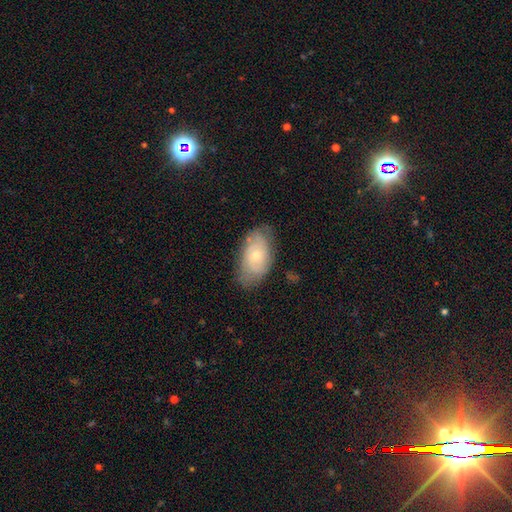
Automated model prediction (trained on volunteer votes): smooth-or-featured: featured or disk: 51% | smooth: 42% | star or artifact: 7%
  disk-edge-on: no: 93% | yes: 7%
  merging: none: 71% | minor disturbance: 22% | major disturbance: 6% | merger: 1%